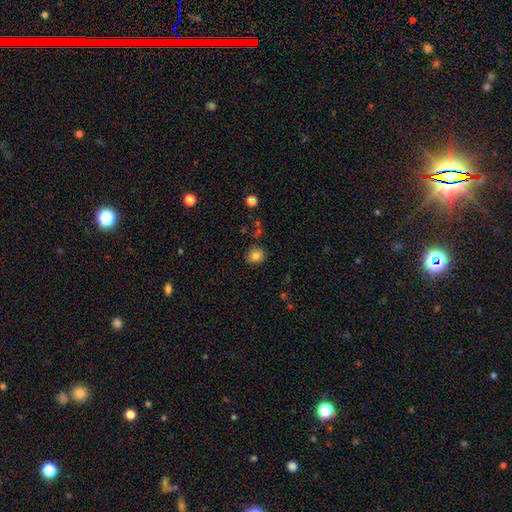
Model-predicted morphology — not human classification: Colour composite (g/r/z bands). It shows a smooth galaxy with no disk features (82%) that is round (79%). Merging: none (82%).